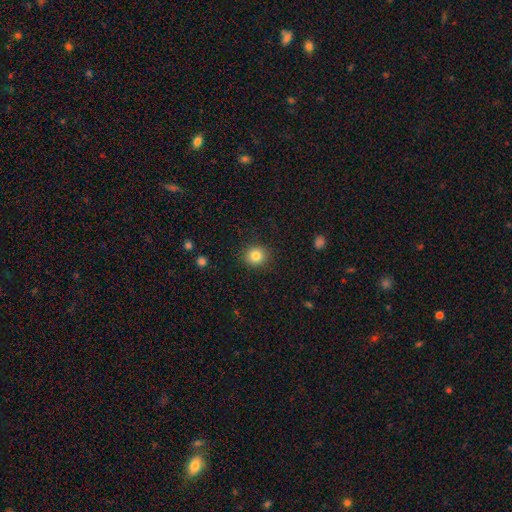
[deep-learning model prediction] Overall: smooth (83%). How rounded: round (88%). Merging: none (90%).